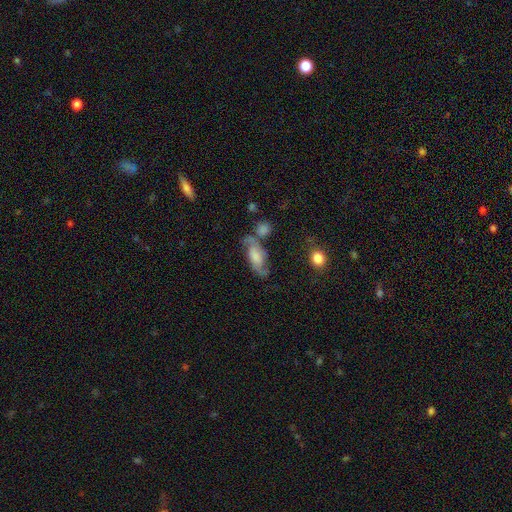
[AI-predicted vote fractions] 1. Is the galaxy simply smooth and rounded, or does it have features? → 68% featured or disk, 24% smooth, 8% star or artifact.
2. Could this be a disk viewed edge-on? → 90% no, 10% yes.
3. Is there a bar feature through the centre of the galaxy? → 55% no, 34% weak, 11% strong.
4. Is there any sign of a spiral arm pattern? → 92% yes, 8% no.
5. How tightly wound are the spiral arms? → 45% medium, 37% loose, 18% tight.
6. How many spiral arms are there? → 88% 2, 6% can't tell, 2% 1, 1% 3, 1% 4, 1% more than 4.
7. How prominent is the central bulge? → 30% large, 26% moderate, 22% none, 18% small, 5% dominant.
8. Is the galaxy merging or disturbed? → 54% none, 20% minor disturbance, 14% merger, 12% major disturbance.